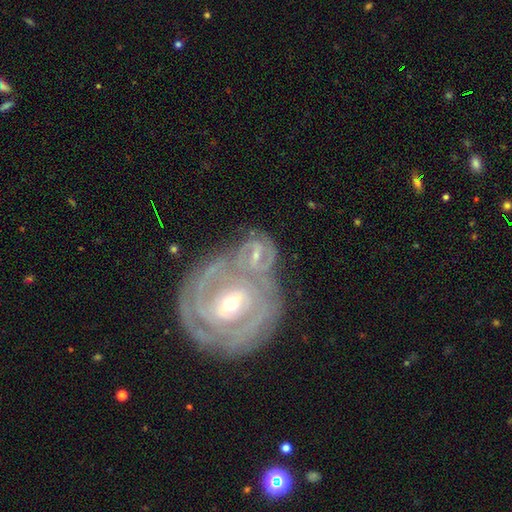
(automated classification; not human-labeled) Smooth or featured: featured or disk — 84% (smooth — 10%)
Edge-on disk: no — 96% (yes — 4%)
Bar: strong — 46% (weak — 39%)
Spiral arms: yes — 93% (no — 7%)
Spiral winding: tight — 55% (medium — 37%)
Spiral arm count: 2 — 55% (can't tell — 19%)
Bulge size: moderate — 51% (small — 44%)
Merging: merger — 63% (none — 23%)